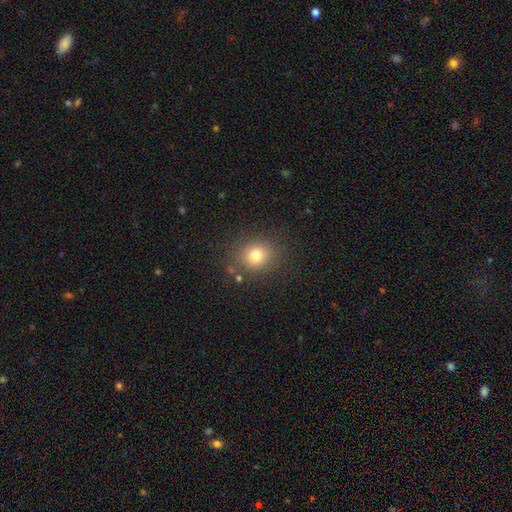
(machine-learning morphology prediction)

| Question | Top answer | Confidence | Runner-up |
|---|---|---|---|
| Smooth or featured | smooth | 77% | star or artifact (14%) |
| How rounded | round | 78% | in between (21%) |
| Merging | none | 83% | minor disturbance (10%) |